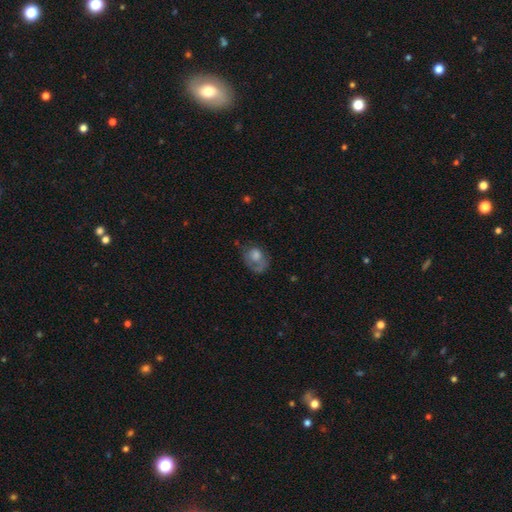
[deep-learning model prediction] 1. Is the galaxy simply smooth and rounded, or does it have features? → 49% smooth, 39% featured or disk, 11% star or artifact.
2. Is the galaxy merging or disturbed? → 42% none, 30% major disturbance, 25% minor disturbance, 3% merger.